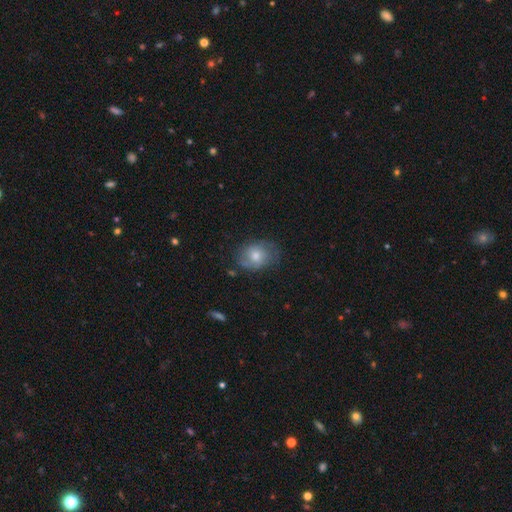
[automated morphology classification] smooth-or-featured: smooth: 62% | featured or disk: 30% | star or artifact: 8%
  how-rounded: in between: 55% | round: 44% | cigar-shaped: 1%
  merging: none: 61% | minor disturbance: 27% | major disturbance: 10% | merger: 2%